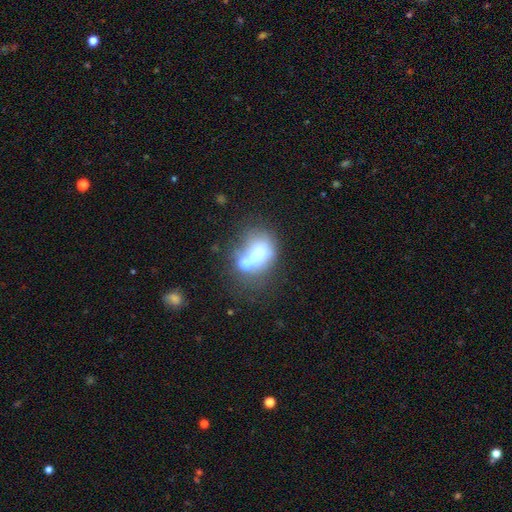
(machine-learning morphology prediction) A smooth galaxy with no disk features (50%) that is in between round and cigar-shaped (73%).

Vote fractions:
- Smooth or featured? smooth: 50% / featured or disk: 37% / star or artifact: 13%
- How rounded? in between: 73% / round: 19% / cigar-shaped: 8%
- Merging? merger: 46% / none: 24% / major disturbance: 17% / minor disturbance: 13%